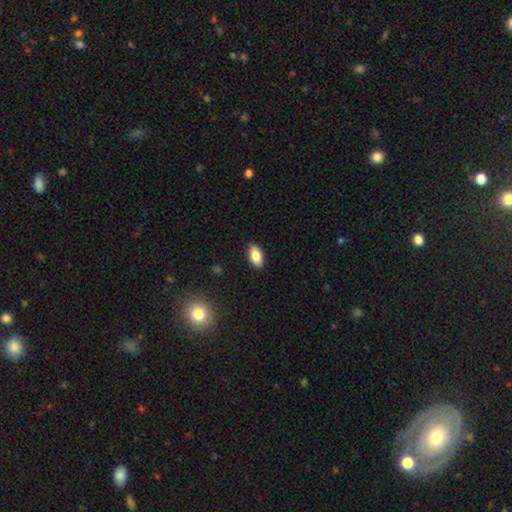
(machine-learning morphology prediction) This appears to be a smooth galaxy with no disk features (83%) that is in between round and cigar-shaped (92%). Merging: none (88%).